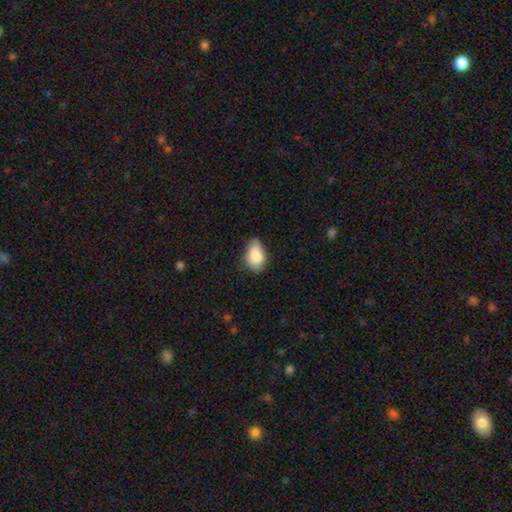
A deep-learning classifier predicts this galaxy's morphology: Smooth or featured? smooth (86%)
How rounded? in between (90%)
Merging? none (50%)